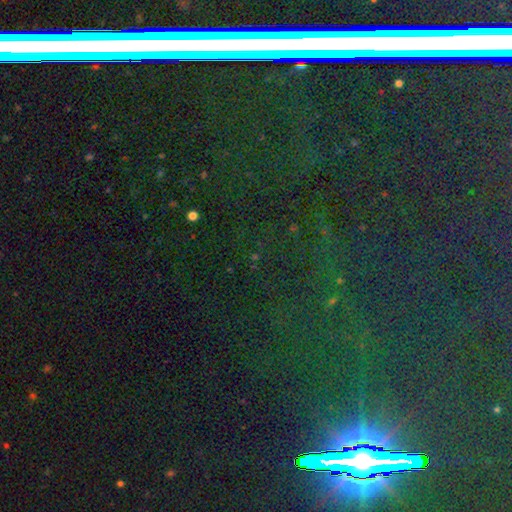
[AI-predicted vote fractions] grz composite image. It shows a star or artifact, not a galaxy (82%).